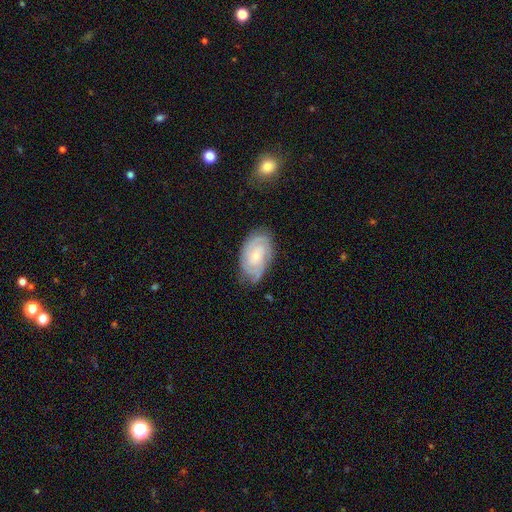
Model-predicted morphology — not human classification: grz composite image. It shows a featured or disk galaxy (80%) with no bar (63%), 2 (29%) tight (70%) spiral arms (96%) and a small central bulge (67%). Merging: none (74%).